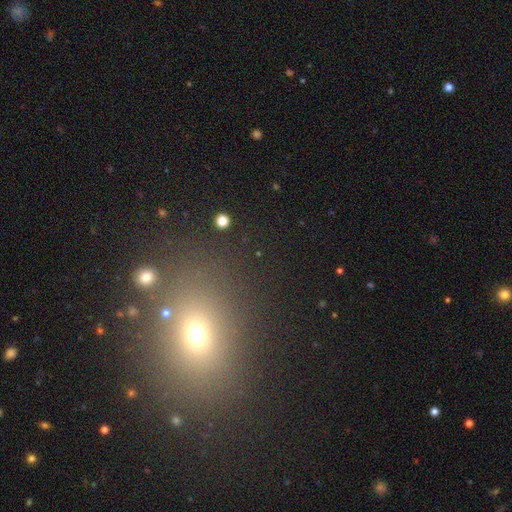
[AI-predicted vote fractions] Overall: smooth (51%; star or artifact 39%). How rounded: in between (51%; round 46%). Merging: none (84%).